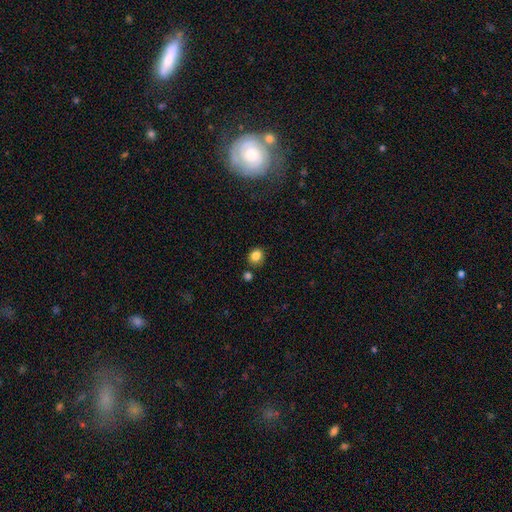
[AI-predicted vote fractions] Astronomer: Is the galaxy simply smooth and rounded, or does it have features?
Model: smooth — 83%.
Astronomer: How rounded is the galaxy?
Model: round — 66%.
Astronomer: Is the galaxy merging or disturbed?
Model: none — 81%.